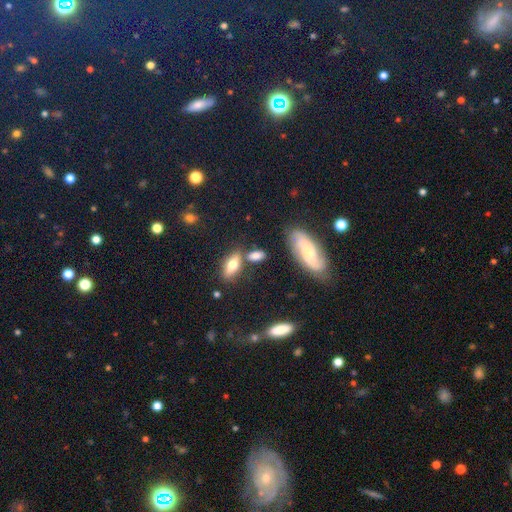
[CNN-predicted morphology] A smooth galaxy with no disk features (70%) that is in between round and cigar-shaped (77%). Merging: none (62%).